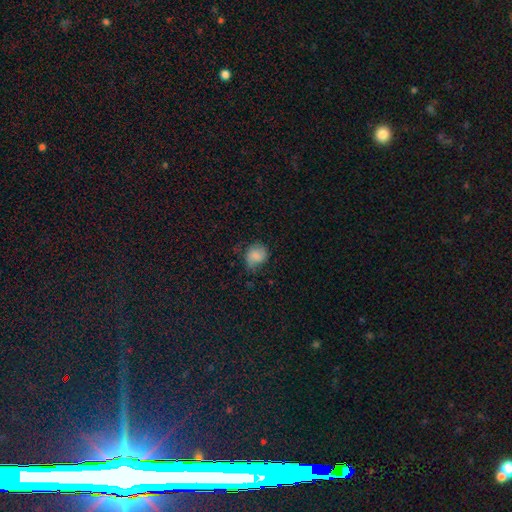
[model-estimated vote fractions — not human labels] smooth_or_featured: smooth (p=0.77) [alt: featured or disk p=0.14]
how_rounded: round (p=0.62) [alt: in between p=0.37]
merging: none (p=0.50) [alt: minor disturbance p=0.34]